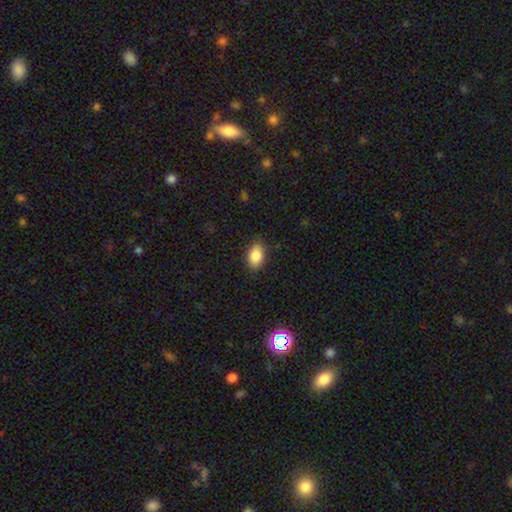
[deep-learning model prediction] smooth_or_featured: smooth (p=0.86) [alt: star or artifact p=0.08]
how_rounded: in between (p=0.88) [alt: round p=0.10]
merging: none (p=0.85) [alt: minor disturbance p=0.12]